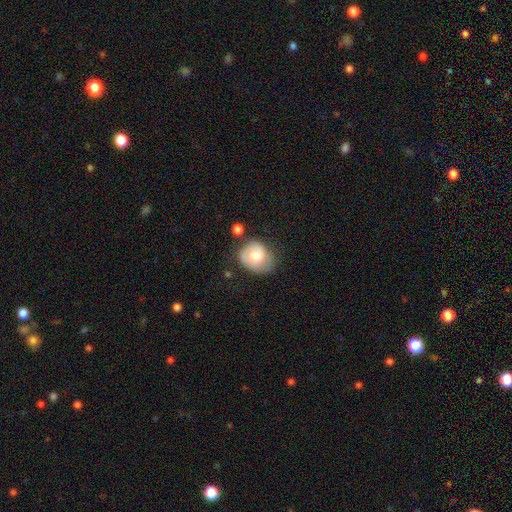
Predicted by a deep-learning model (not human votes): Morphology: type=smooth (60%); roundness=round (59%); merging=none (50%).